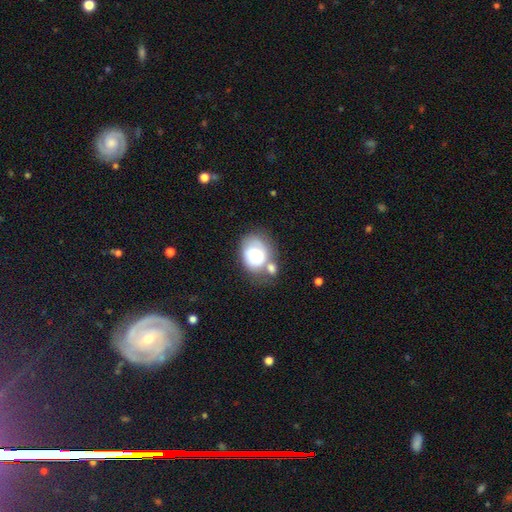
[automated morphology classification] smooth_or_featured: smooth (p=0.65) [alt: featured or disk p=0.27]
how_rounded: in between (p=0.56) [alt: round p=0.43]
merging: none (p=0.36) [alt: merger p=0.30]